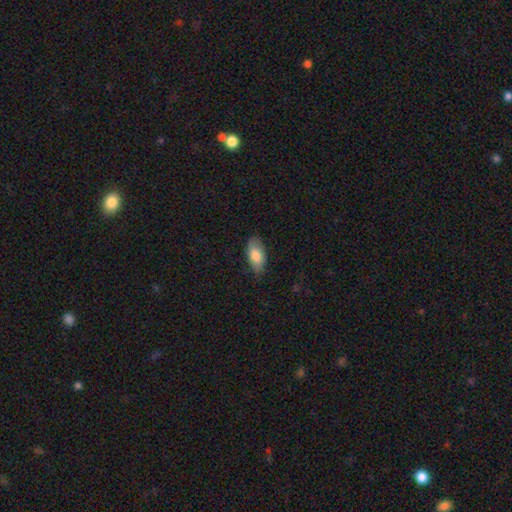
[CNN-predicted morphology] Smooth or featured?
  - smooth: 81% *
  - featured or disk: 13%
  - star or artifact: 6%
How rounded?
  - in between: 89% *
  - cigar-shaped: 9%
  - round: 2%
Merging?
  - none: 81% *
  - minor disturbance: 16%
  - major disturbance: 3%
  - merger: 1%